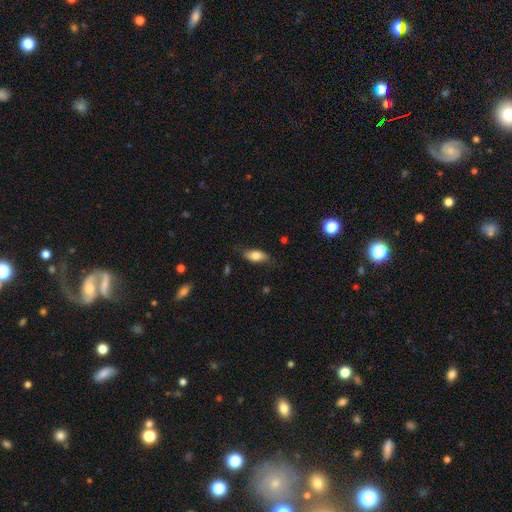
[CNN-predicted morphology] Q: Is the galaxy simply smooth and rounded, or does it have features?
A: smooth — 78%.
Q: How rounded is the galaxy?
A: in between — 86%.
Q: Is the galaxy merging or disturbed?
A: none — 77%.